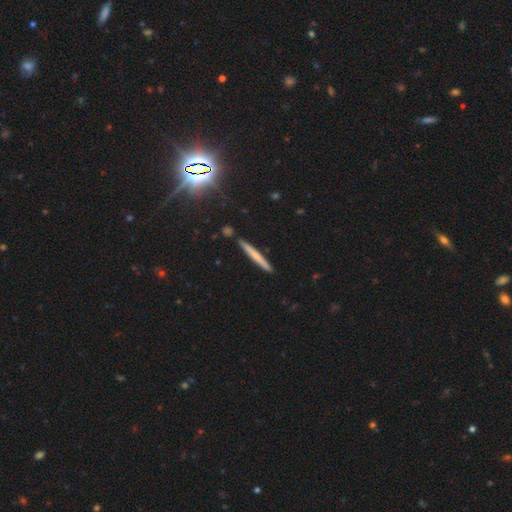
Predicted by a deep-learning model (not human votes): A smooth galaxy with no disk features (50%) that is cigar-shaped (96%).

Vote fractions:
- Smooth or featured? smooth: 50% / featured or disk: 42% / star or artifact: 8%
- How rounded? cigar-shaped: 96% / in between: 2% / round: 2%
- Merging? none: 89% / minor disturbance: 7% / merger: 2% / major disturbance: 1%